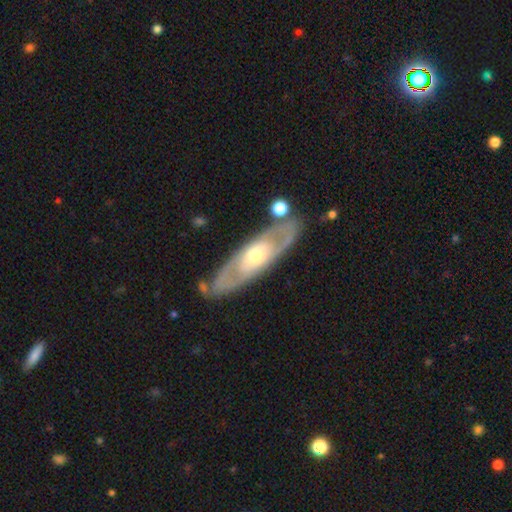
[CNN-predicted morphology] featured or disk 71%, smooth 25%, star or artifact 5%. Down the decision tree: edge-on disk — no (73%); bar — no (77%); spiral arms — no (54%); bulge size — moderate (65%); merging — none (79%).